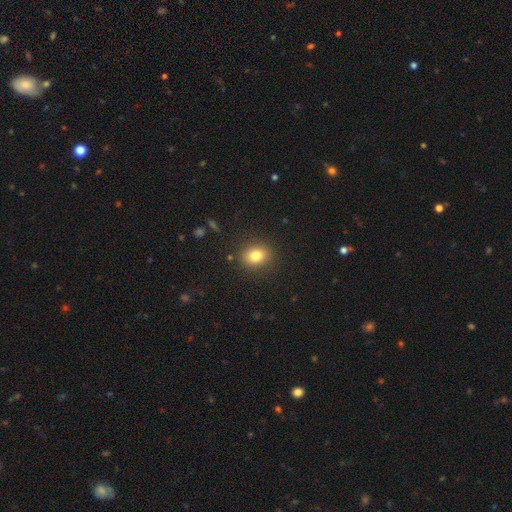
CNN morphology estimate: smooth 80%, star or artifact 12%, featured or disk 8%. Down the decision tree: how rounded — round (58%); merging — none (88%).